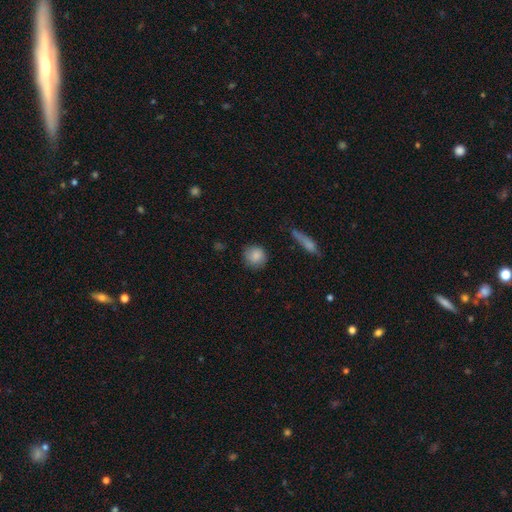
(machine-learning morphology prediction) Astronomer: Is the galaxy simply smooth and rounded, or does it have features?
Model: smooth — 85%.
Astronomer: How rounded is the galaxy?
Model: round — 88%.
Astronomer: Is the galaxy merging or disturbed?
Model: none — 81%.